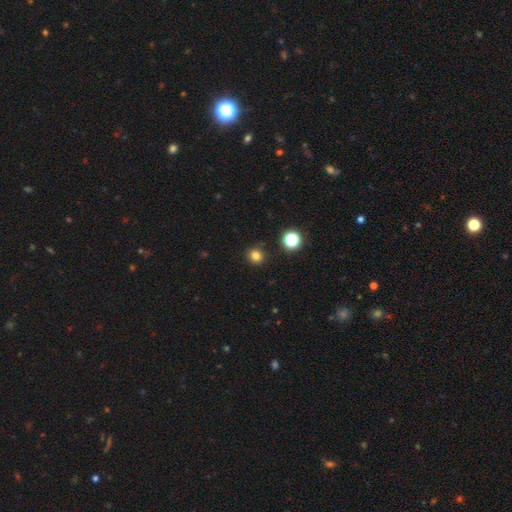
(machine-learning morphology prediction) Smooth or featured?
  - smooth: 79% *
  - star or artifact: 16%
  - featured or disk: 5%
How rounded?
  - round: 90% *
  - in between: 9%
  - cigar-shaped: 1%
Merging?
  - none: 90% *
  - minor disturbance: 6%
  - major disturbance: 2%
  - merger: 2%